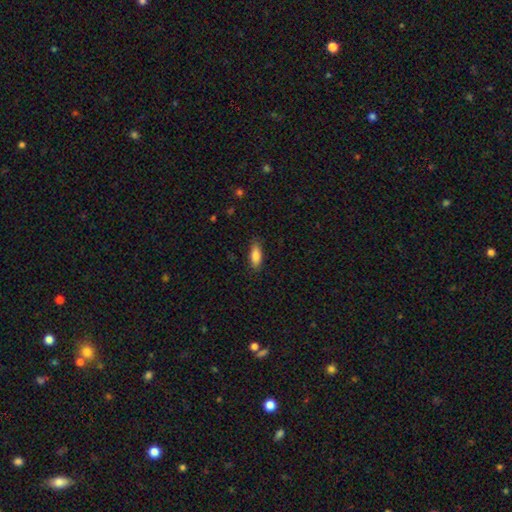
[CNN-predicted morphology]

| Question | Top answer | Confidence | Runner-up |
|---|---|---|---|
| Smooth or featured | smooth | 83% | featured or disk (10%) |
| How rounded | in between | 73% | cigar-shaped (25%) |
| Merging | none | 84% | minor disturbance (13%) |